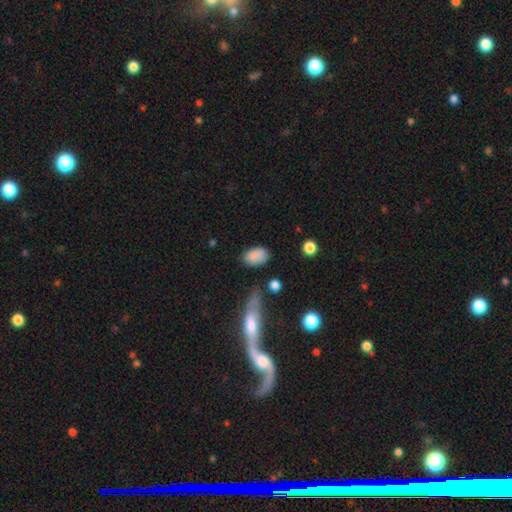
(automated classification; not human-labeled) This is clearly a smooth galaxy (86%). How rounded: clearly in between (89%). Merging: likely none (70%).